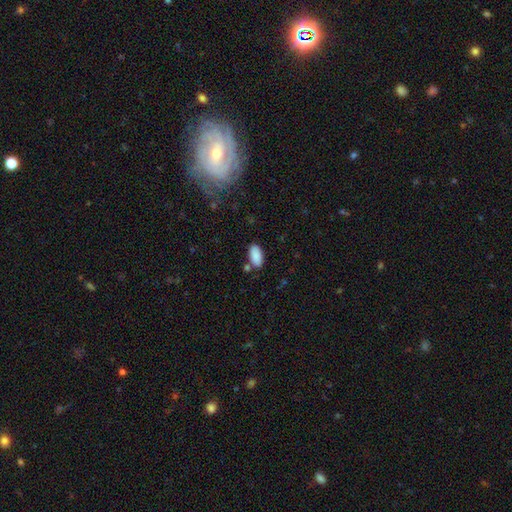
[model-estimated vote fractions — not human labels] The model was most divided on "merging": none: 78%, minor disturbance: 12%, merger: 7%, major disturbance: 3%. More confident: how rounded — in between (94%); smooth or featured — smooth (89%).